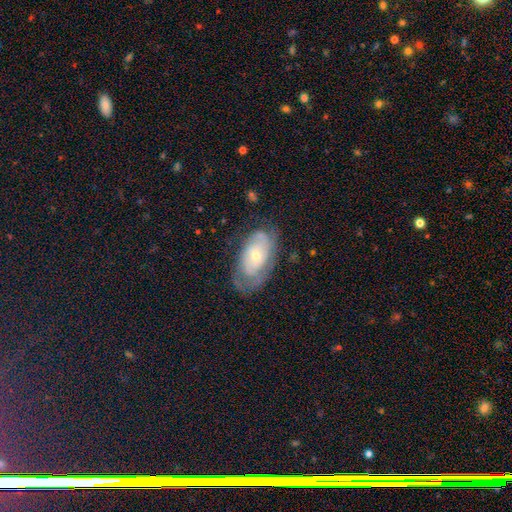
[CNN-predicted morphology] Q: Smooth or featured?
A: featured or disk (68%); runner-up: smooth (25%)
Q: Edge-on disk?
A: no (93%); runner-up: yes (7%)
Q: Bar?
A: no (77%); runner-up: weak (19%)
Q: Spiral arms?
A: yes (76%); runner-up: no (24%)
Q: Bulge size?
A: small (57%); runner-up: moderate (38%)
Q: Merging?
A: none (60%); runner-up: minor disturbance (25%)